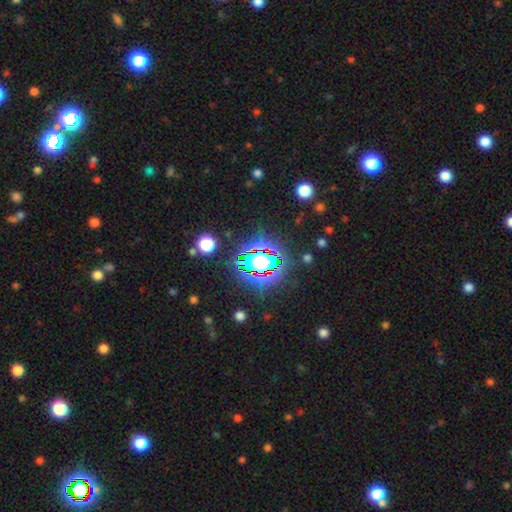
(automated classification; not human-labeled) Q: Smooth or featured?
A: star or artifact (79%); runner-up: smooth (13%)